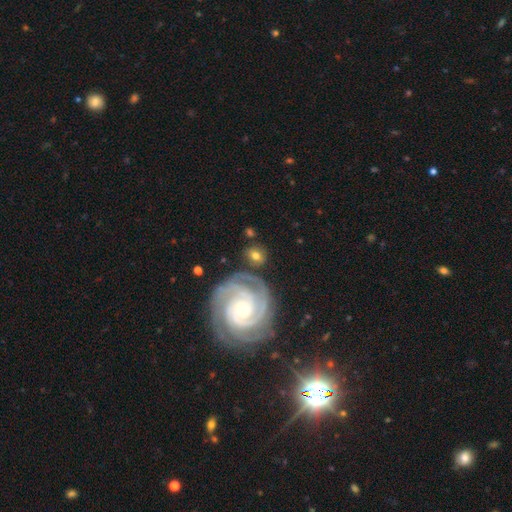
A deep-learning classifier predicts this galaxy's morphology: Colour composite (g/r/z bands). It shows a smooth galaxy with no disk features (49%). Merging: none (73%).